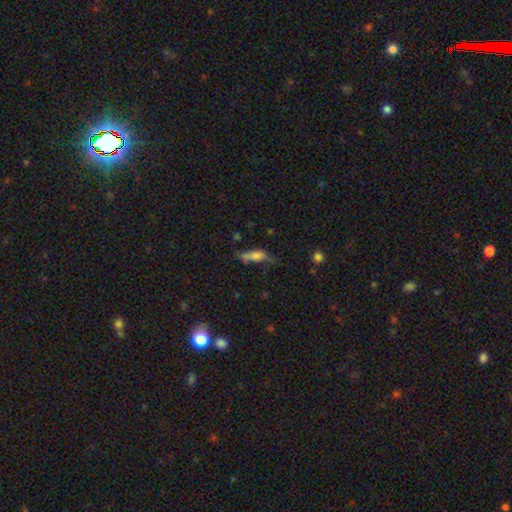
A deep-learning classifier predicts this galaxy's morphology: smooth-or-featured: smooth: 64% | featured or disk: 26% | star or artifact: 10%
  how-rounded: in between: 58% | cigar-shaped: 38% | round: 4%
  merging: none: 40% | minor disturbance: 30% | major disturbance: 21% | merger: 9%